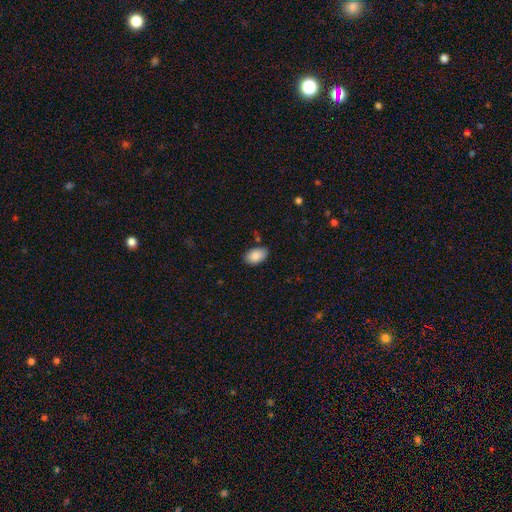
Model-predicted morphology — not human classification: Overall: smooth (88%). How rounded: in between (92%). Merging: none (80%).